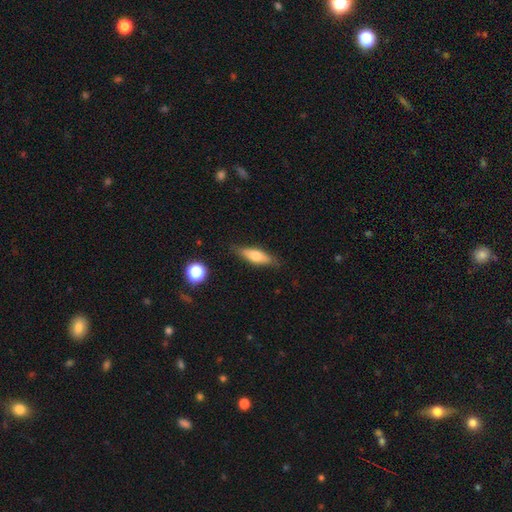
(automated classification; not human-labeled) The model was most divided on "how rounded": in between: 51%, cigar-shaped: 46%, round: 3%. More confident: merging — none (81%); smooth or featured — smooth (61%).